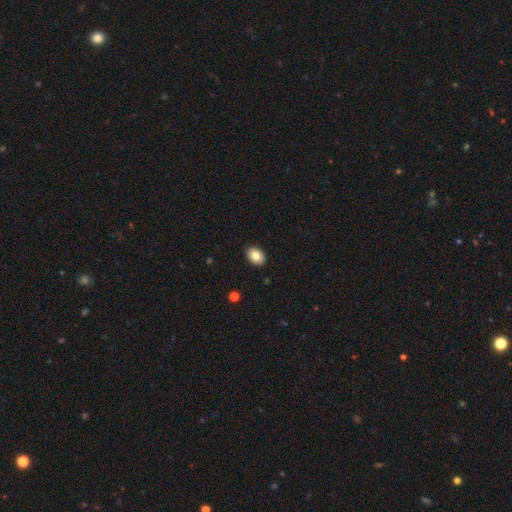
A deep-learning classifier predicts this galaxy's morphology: The model was most divided on "how rounded": in between: 80%, round: 19%, cigar-shaped: 1%. More confident: merging — none (90%); smooth or featured — smooth (84%).